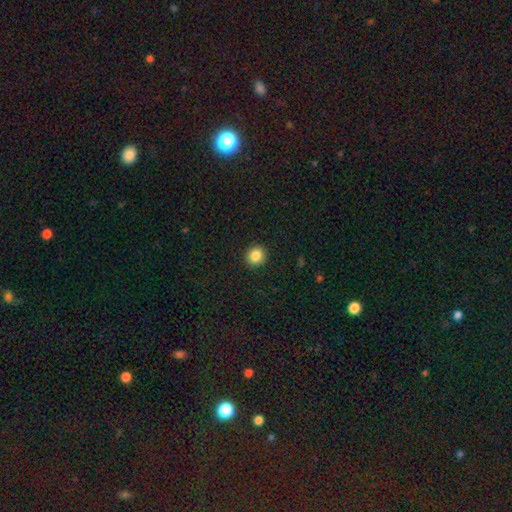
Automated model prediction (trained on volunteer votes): Morphology: type=smooth (86%); roundness=round (91%); merging=none (92%).